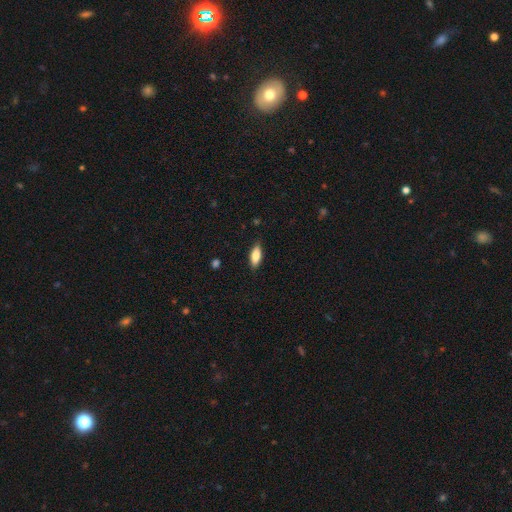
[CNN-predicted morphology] Smooth or featured? Predicted: smooth (p=0.79). How rounded? Predicted: in between (p=0.77). Merging? Predicted: none (p=0.85).